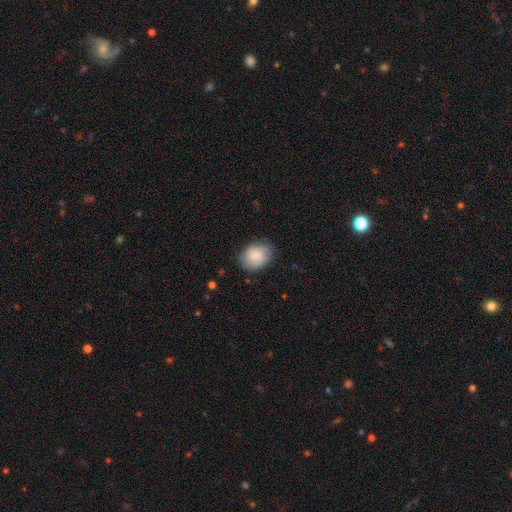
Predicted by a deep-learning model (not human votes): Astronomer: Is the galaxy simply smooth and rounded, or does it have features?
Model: smooth — 80%.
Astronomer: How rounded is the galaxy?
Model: in between — 57% (runner-up: round, 42%).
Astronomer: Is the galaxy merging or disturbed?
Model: none — 75%.